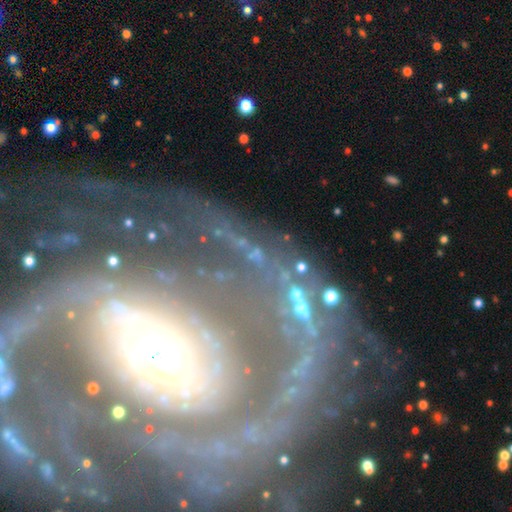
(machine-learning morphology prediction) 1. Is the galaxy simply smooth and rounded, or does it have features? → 88% featured or disk, 6% star or artifact, 6% smooth.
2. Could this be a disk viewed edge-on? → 96% no, 4% yes.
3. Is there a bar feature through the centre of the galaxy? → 53% no, 25% weak, 22% strong.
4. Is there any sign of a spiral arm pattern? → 91% yes, 9% no.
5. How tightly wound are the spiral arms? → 48% tight, 35% medium, 17% loose.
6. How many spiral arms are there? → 44% 2, 20% can't tell, 12% 3, 9% 1, 8% 4, 8% more than 4.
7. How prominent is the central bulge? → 54% moderate, 22% small, 18% large, 3% dominant, 2% none.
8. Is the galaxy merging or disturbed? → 62% none, 19% major disturbance, 16% minor disturbance, 3% merger.